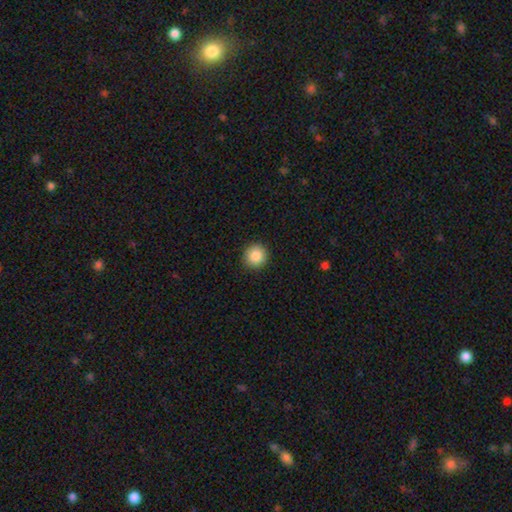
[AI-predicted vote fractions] The model was most divided on "smooth or featured": smooth: 88%, star or artifact: 9%, featured or disk: 4%. More confident: how rounded — round (95%); merging — none (92%).